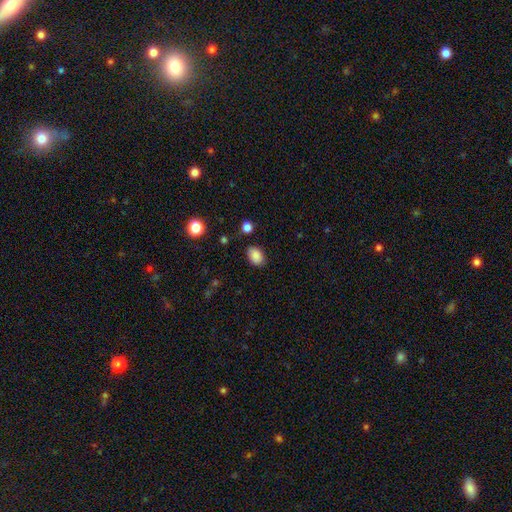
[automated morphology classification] The model was most divided on "how rounded": in between: 84%, round: 15%, cigar-shaped: 1%. More confident: smooth or featured — smooth (87%); merging — none (82%).